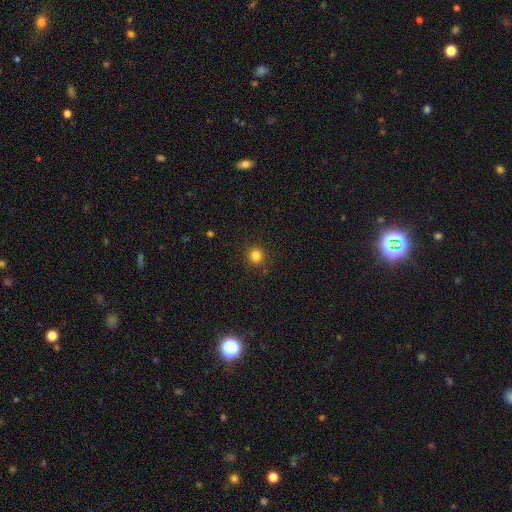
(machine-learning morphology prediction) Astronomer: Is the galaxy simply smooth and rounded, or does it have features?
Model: smooth — 82%.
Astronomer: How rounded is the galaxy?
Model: round — 92%.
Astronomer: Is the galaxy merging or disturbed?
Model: none — 89%.